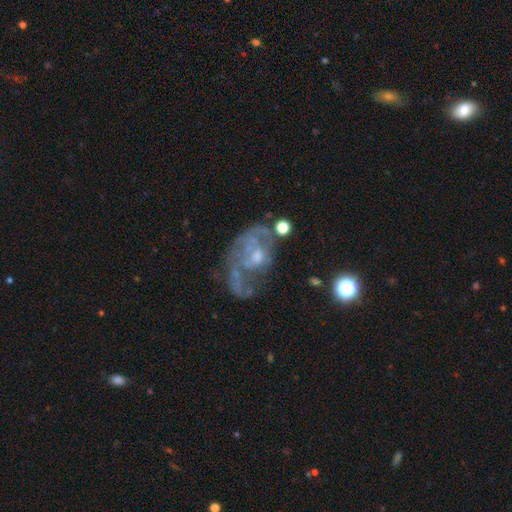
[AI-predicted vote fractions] Q: Smooth or featured?
A: featured or disk (70%); runner-up: smooth (17%)
Q: Edge-on disk?
A: no (97%); runner-up: yes (3%)
Q: Bar?
A: no (75%); runner-up: weak (21%)
Q: Spiral arms?
A: yes (52%); runner-up: no (48%)
Q: Bulge size?
A: small (45%); runner-up: moderate (35%)
Q: Merging?
A: none (34%); tied with: major disturbance (34%)